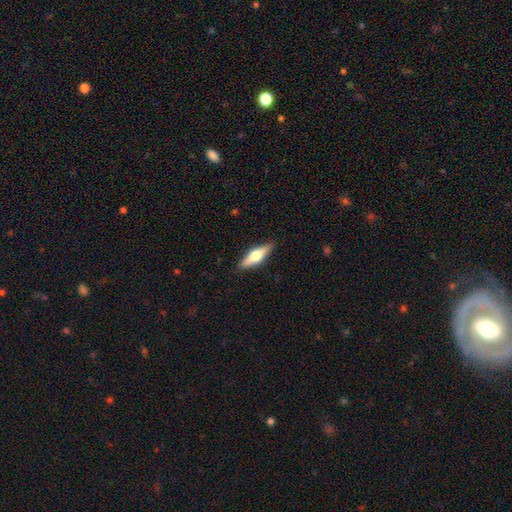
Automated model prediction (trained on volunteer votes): Smooth or featured? Predicted: featured or disk (p=0.55). Edge-on disk? Predicted: yes (p=0.94). Edge-on bulge? Predicted: rounded (p=0.93). Merging? Predicted: none (p=0.88).